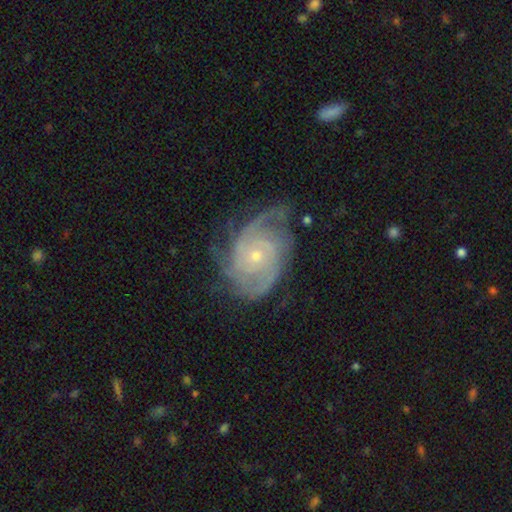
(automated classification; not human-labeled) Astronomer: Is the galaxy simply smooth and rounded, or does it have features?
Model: featured or disk — 89%.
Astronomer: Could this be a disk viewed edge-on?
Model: no — 97%.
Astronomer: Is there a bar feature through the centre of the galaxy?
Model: no — 75%.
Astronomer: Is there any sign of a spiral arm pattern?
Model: yes — 97%.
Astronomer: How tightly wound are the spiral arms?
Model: tight — 61%.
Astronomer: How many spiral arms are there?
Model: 3 — 30% (runner-up: 2, 25%).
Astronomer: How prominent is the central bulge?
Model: small — 72%.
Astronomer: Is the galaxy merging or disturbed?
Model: none — 66%.